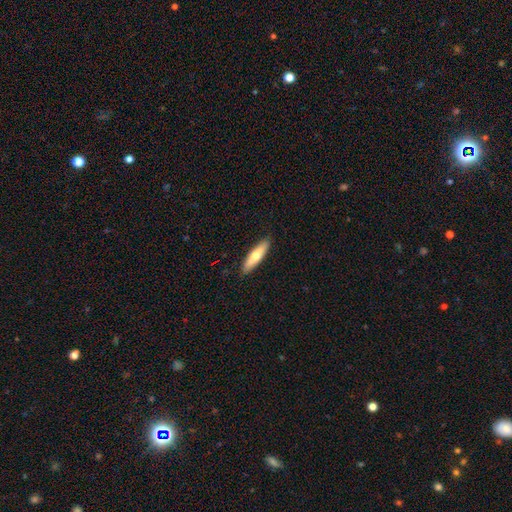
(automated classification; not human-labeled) A smooth galaxy with no disk features (65%) that is cigar-shaped (70%).

Vote fractions:
- Smooth or featured? smooth: 65% / featured or disk: 29% / star or artifact: 5%
- How rounded? cigar-shaped: 70% / in between: 28% / round: 2%
- Merging? none: 90% / minor disturbance: 8% / major disturbance: 1% / merger: 1%